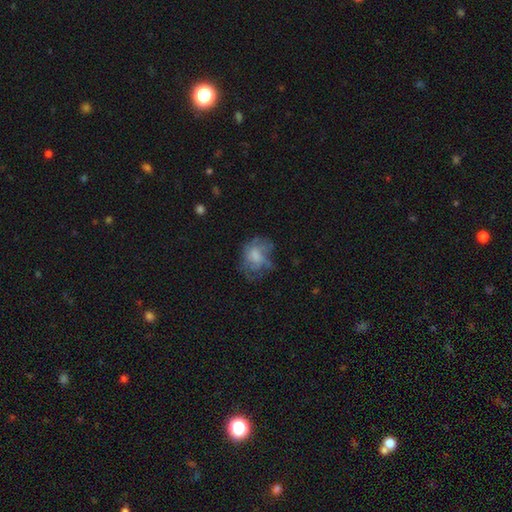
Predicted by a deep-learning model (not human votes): Morphology: type=smooth (49%); merging=none (42%).